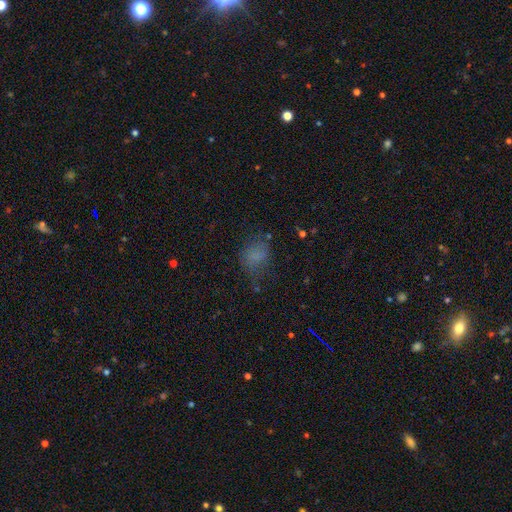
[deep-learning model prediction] Overall: smooth (67%). How rounded: in between (60%; round 38%). Merging: none (55%; minor disturbance 25%).